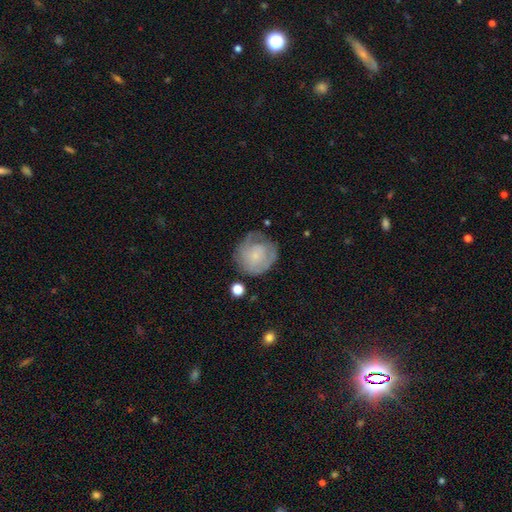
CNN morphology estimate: Q: Smooth or featured?
A: smooth (47%); runner-up: featured or disk (46%)
Q: Merging?
A: none (59%); runner-up: minor disturbance (25%)